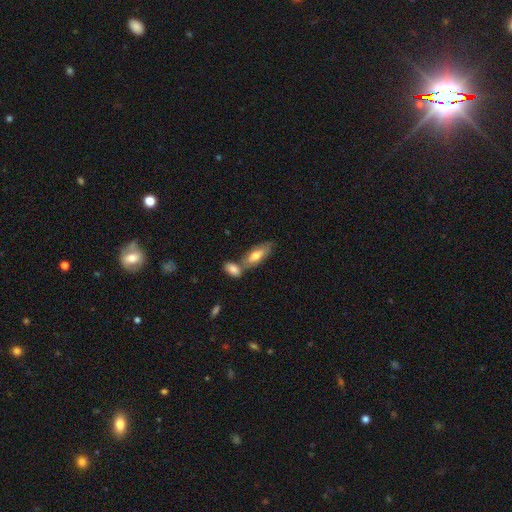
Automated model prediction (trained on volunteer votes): A smooth galaxy with no disk features (64%) that is in between round and cigar-shaped (76%). Merging: none (46%).